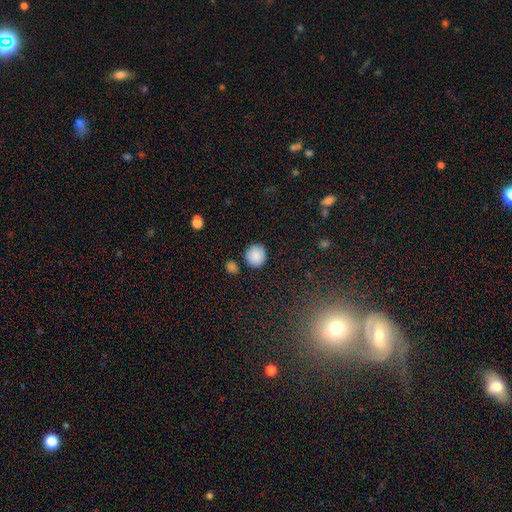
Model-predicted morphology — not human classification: Smooth or featured?
  - smooth: 87% *
  - star or artifact: 9%
  - featured or disk: 4%
How rounded?
  - round: 91% *
  - in between: 8%
  - cigar-shaped: 1%
Merging?
  - none: 86% *
  - minor disturbance: 8%
  - merger: 3%
  - major disturbance: 2%